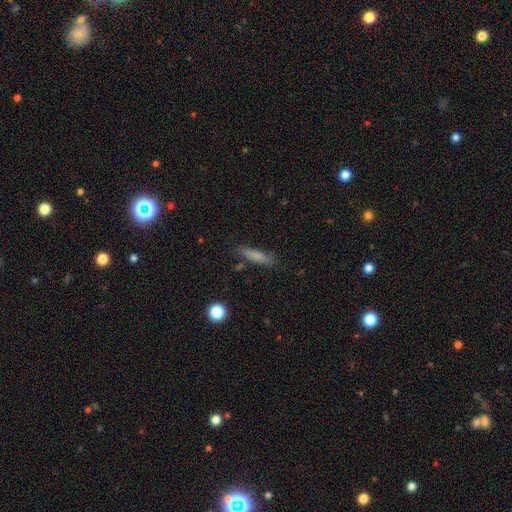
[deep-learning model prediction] Overall: smooth (79%). How rounded: cigar-shaped (80%). Merging: none (81%).